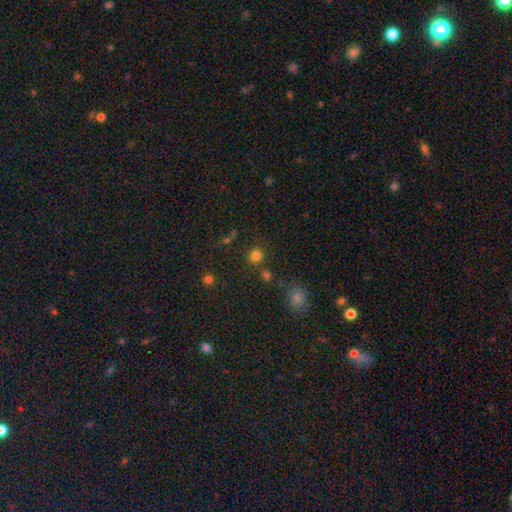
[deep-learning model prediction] The model was most divided on "smooth or featured": smooth: 79%, star or artifact: 16%, featured or disk: 5%. More confident: how rounded — round (85%); merging — none (79%).